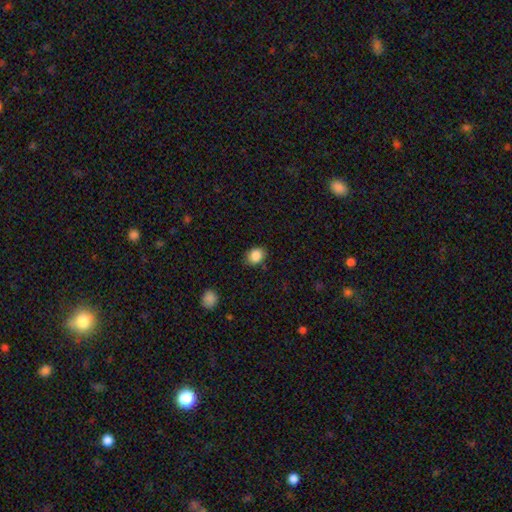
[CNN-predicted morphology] The model was most divided on "how rounded": round: 50%, in between: 49%, cigar-shaped: 1%. More confident: smooth or featured — smooth (87%); merging — none (82%).